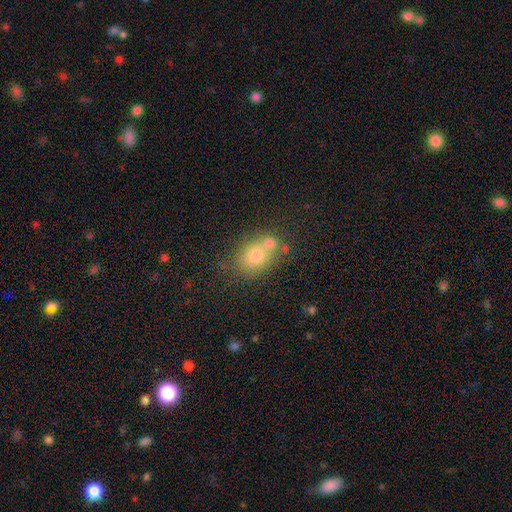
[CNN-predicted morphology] Smooth or featured? smooth (75%)
How rounded? in between (55%)
Merging? none (46%)